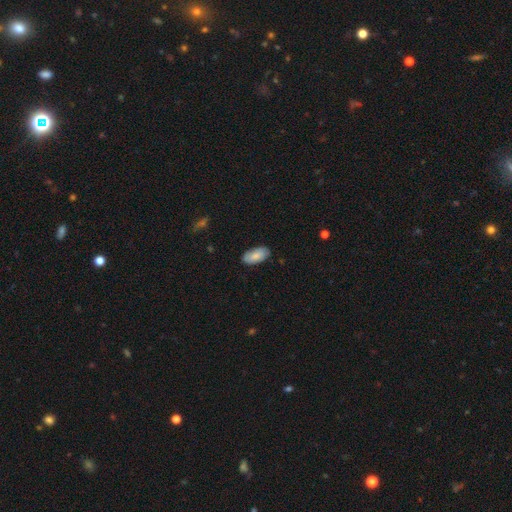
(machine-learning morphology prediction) The model was most divided on "smooth or featured": smooth: 81%, featured or disk: 12%, star or artifact: 6%. More confident: how rounded — in between (94%); merging — none (84%).